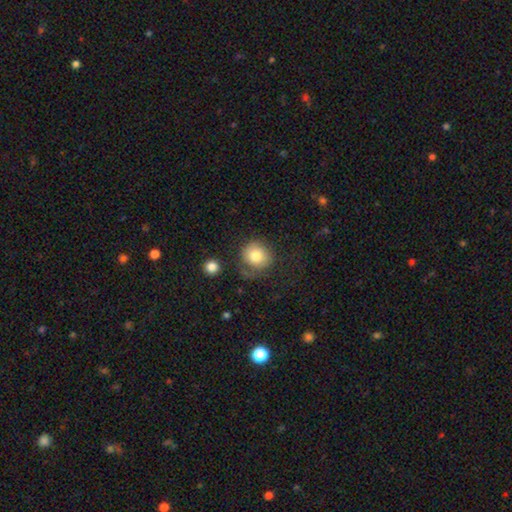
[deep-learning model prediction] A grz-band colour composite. It shows a smooth galaxy with no disk features (80%) that is round (87%). Merging: none (61%).